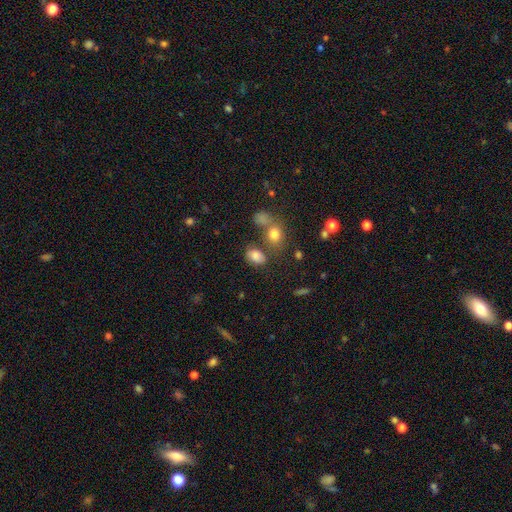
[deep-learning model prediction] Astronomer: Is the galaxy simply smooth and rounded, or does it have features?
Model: smooth — 79%.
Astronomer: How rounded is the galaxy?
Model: in between — 77%.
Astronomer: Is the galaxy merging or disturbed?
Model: none — 62%.